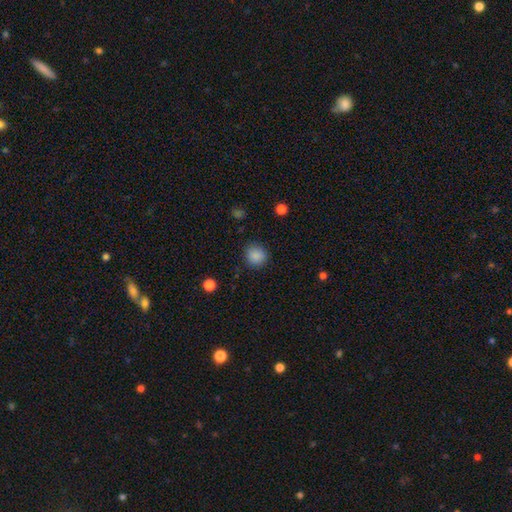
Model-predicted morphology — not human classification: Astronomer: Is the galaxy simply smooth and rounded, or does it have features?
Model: smooth — 87%.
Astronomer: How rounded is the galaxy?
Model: round — 88%.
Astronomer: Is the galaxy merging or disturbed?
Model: none — 88%.